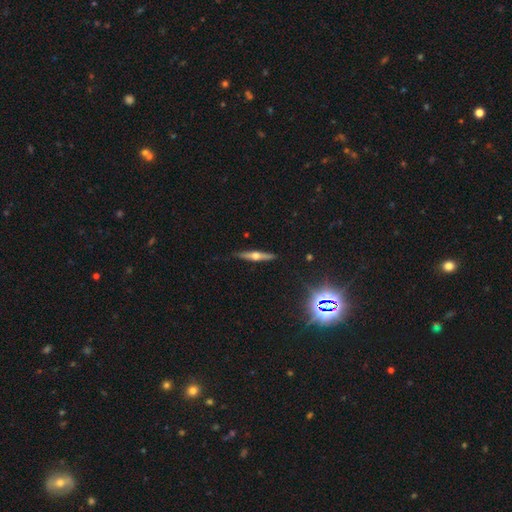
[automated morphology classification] Q: Smooth or featured?
A: featured or disk (66%); runner-up: smooth (26%)
Q: Edge-on disk?
A: yes (96%); runner-up: no (4%)
Q: Edge-on bulge?
A: rounded (93%); runner-up: none (4%)
Q: Merging?
A: none (88%); runner-up: minor disturbance (9%)